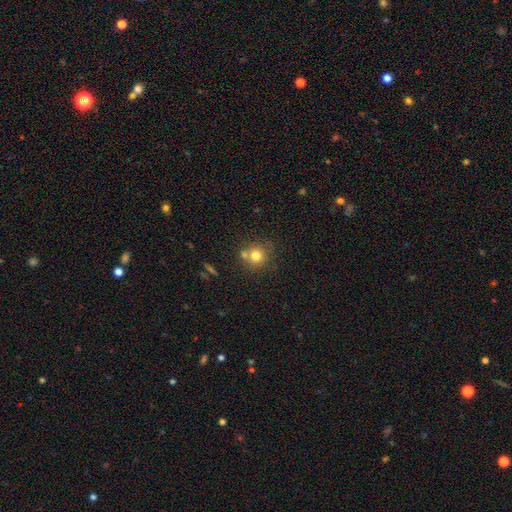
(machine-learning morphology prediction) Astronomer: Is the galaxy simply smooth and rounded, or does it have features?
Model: smooth — 76%.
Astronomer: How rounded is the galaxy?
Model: round — 89%.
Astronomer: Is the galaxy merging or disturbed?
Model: none — 60%.